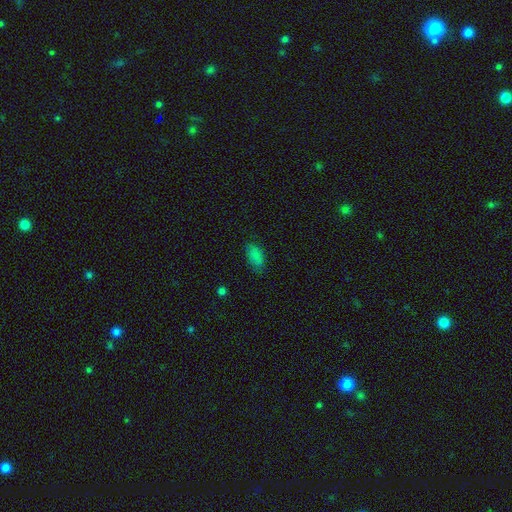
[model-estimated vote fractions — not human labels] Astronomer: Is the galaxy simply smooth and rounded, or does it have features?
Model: smooth — 82%.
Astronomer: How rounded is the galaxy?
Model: in between — 91%.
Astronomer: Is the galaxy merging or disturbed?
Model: none — 76%.